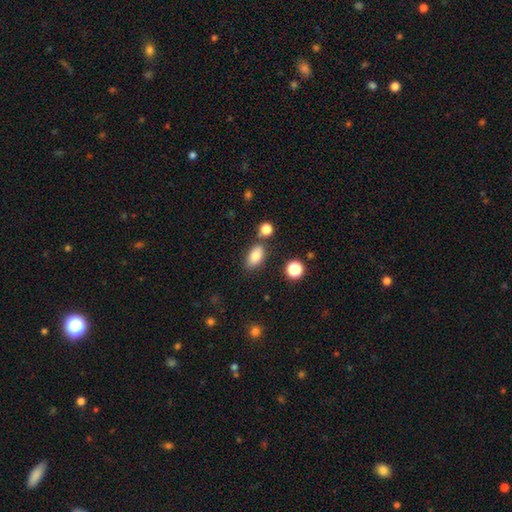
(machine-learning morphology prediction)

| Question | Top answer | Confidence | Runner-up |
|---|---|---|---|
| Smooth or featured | smooth | 83% | star or artifact (9%) |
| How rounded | in between | 88% | round (8%) |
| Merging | none | 74% | minor disturbance (13%) |